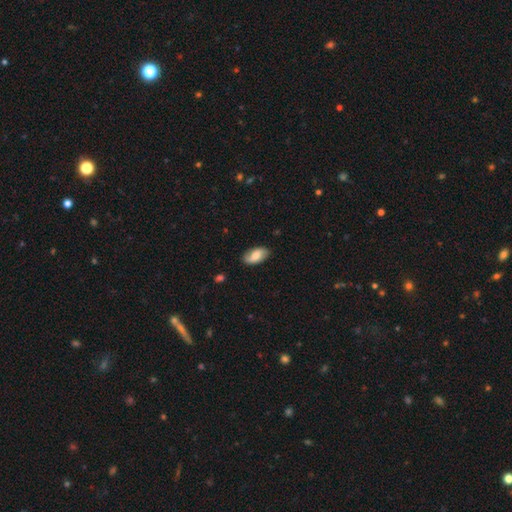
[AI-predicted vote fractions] This appears to be a smooth galaxy with no disk features (67%) that is in between round and cigar-shaped (93%). Merging: none (81%).